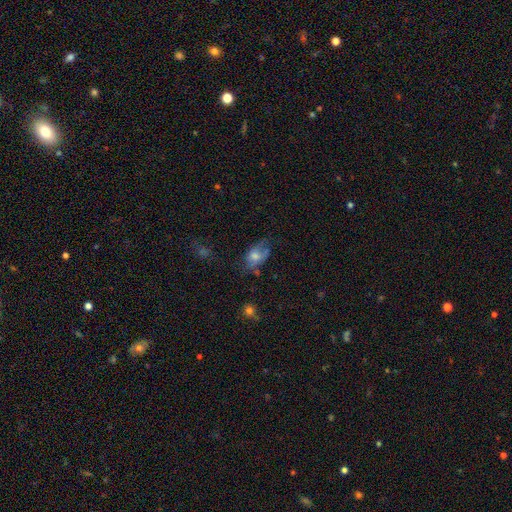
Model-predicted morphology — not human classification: Smooth or featured?
  - smooth: 61% *
  - featured or disk: 29%
  - star or artifact: 10%
How rounded?
  - in between: 85% *
  - round: 13%
  - cigar-shaped: 2%
Merging?
  - none: 41% *
  - minor disturbance: 32%
  - major disturbance: 23%
  - merger: 4%